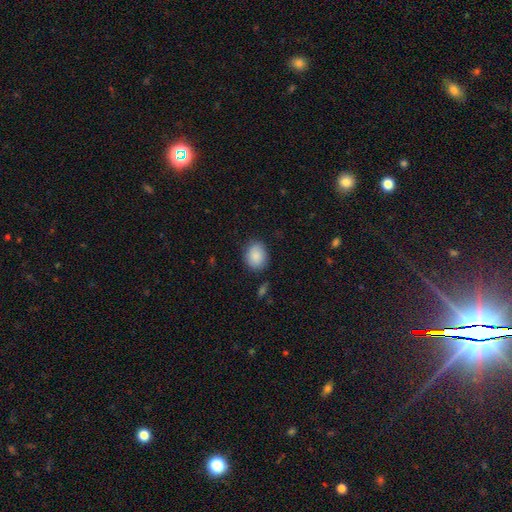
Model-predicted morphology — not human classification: Smooth or featured? smooth (88%)
How rounded? in between (50%)
Merging? none (83%)